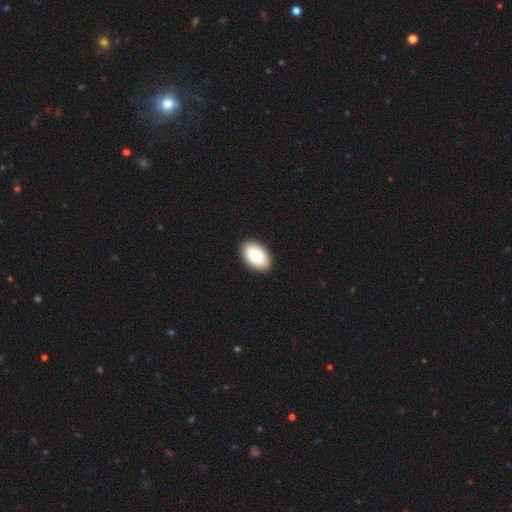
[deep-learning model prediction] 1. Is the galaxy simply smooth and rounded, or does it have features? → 79% smooth, 14% featured or disk, 7% star or artifact.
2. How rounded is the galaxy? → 92% in between, 7% round, 1% cigar-shaped.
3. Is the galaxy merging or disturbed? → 92% none, 6% minor disturbance, 2% major disturbance, 1% merger.